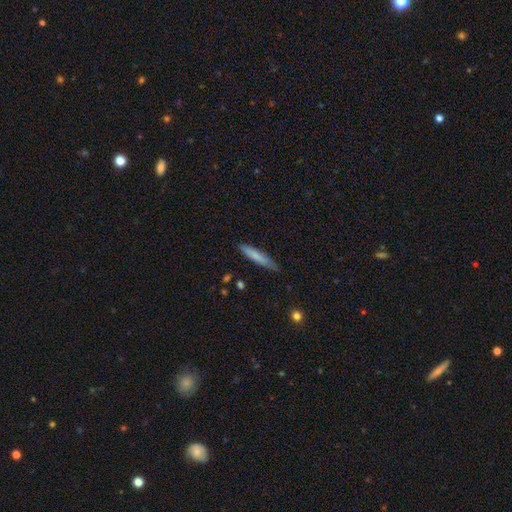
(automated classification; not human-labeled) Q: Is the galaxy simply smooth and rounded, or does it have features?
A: smooth — 77%.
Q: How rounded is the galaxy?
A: cigar-shaped — 88%.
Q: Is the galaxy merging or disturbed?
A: none — 77%.